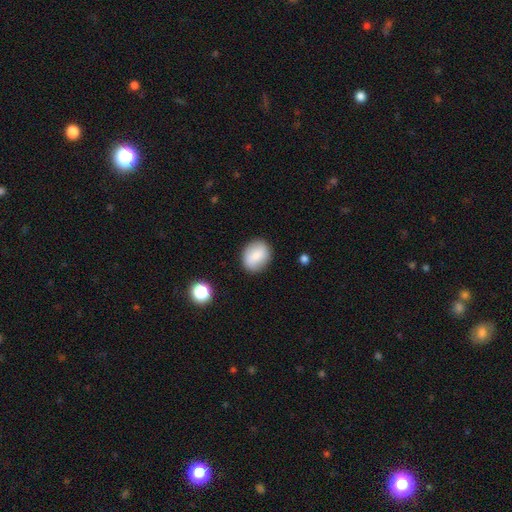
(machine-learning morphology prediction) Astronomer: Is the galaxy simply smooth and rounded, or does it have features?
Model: smooth — 79%.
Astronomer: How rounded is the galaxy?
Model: round — 50% (runner-up: in between, 49%).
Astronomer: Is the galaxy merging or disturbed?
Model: none — 85%.